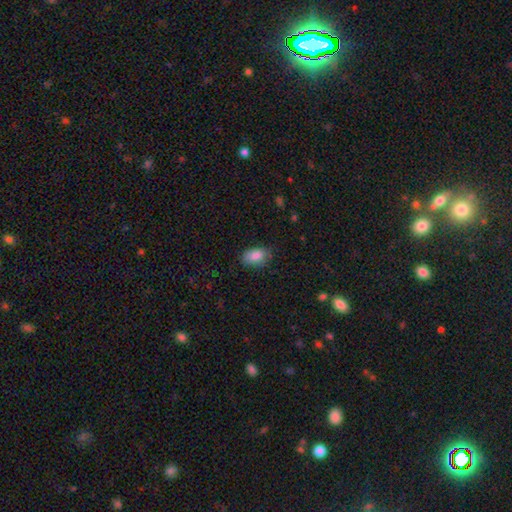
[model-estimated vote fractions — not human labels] Smooth or featured? smooth (85%)
How rounded? in between (90%)
Merging? none (76%)